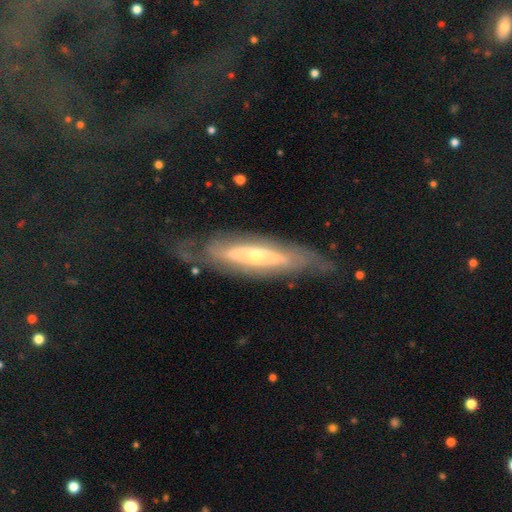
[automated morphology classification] smooth-or-featured: featured or disk: 73% | smooth: 21% | star or artifact: 6%
  disk-edge-on: no: 64% | yes: 36%
  merging: none: 69% | minor disturbance: 19% | major disturbance: 11% | merger: 2%